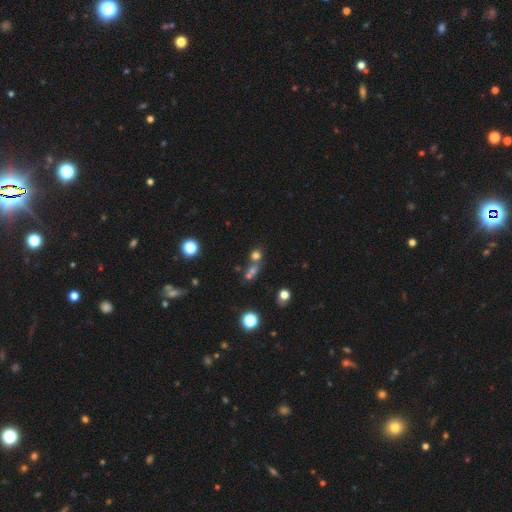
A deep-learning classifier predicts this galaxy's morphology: The model was most divided on "merging" (2-way tie): none: 44%, merger: 44%, minor disturbance: 7%, major disturbance: 5%. More confident: how rounded — round (81%); smooth or featured — smooth (62%).